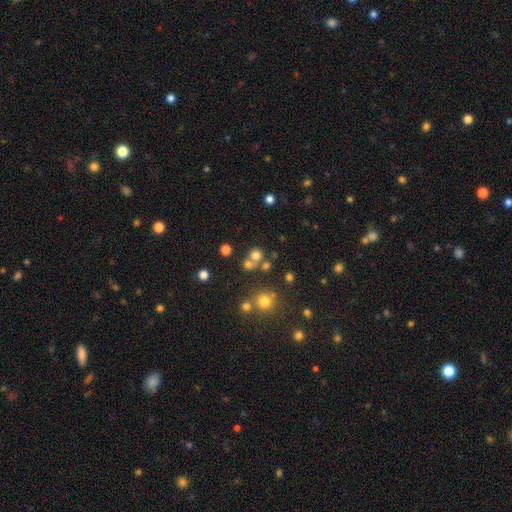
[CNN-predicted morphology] This appears to be a smooth galaxy with no disk features (68%) that is round (88%). Merging: none (58%).